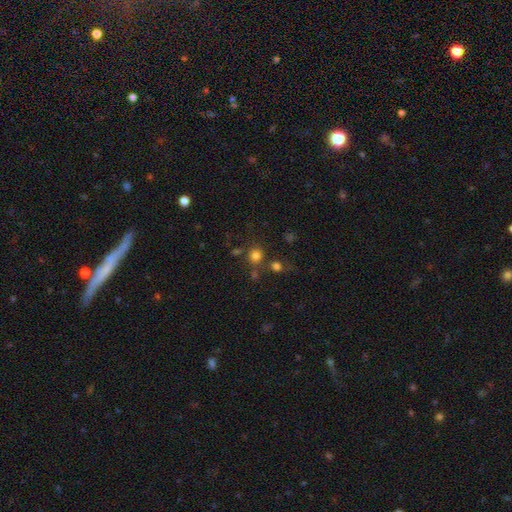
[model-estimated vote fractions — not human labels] smooth-or-featured: smooth: 76% | star or artifact: 18% | featured or disk: 6%
  how-rounded: round: 86% | in between: 13% | cigar-shaped: 1%
  merging: none: 74% | merger: 12% | minor disturbance: 9% | major disturbance: 4%